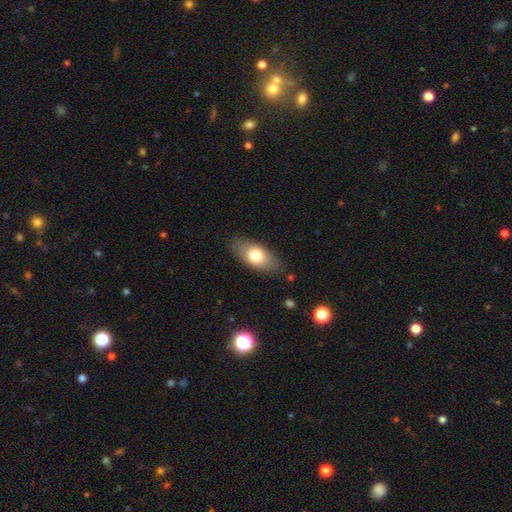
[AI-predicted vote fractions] Morphology: type=smooth (73%); roundness=in between (87%); merging=none (84%).